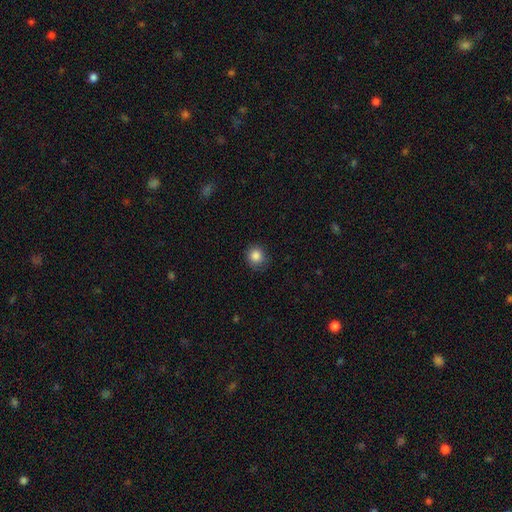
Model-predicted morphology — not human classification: Smooth or featured: smooth — 86% (star or artifact — 10%)
How rounded: round — 88% (in between — 11%)
Merging: none — 83% (minor disturbance — 13%)